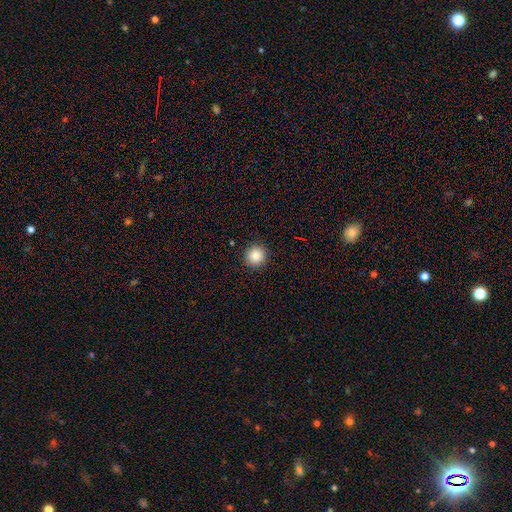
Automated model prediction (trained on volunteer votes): smooth_or_featured: smooth (p=0.85) [alt: star or artifact p=0.10]
how_rounded: round (p=0.93) [alt: in between p=0.06]
merging: none (p=0.92) [alt: minor disturbance p=0.06]